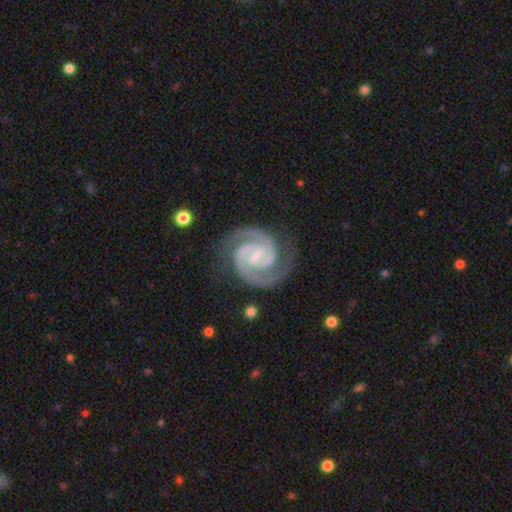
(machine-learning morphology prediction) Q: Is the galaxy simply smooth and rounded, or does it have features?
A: featured or disk — 94%.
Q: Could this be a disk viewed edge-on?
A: no — 98%.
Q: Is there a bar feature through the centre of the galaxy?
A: weak — 47%.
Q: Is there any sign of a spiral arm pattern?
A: yes — 99%.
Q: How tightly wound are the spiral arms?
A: tight — 63%.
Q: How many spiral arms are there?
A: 2 — 94%.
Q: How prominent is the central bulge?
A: small — 49%.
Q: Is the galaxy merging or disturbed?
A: none — 82%.